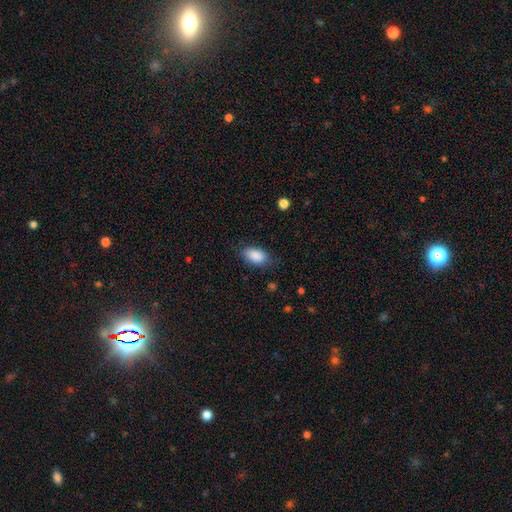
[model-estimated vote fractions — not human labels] Smooth or featured? smooth (89%)
How rounded? in between (93%)
Merging? none (79%)